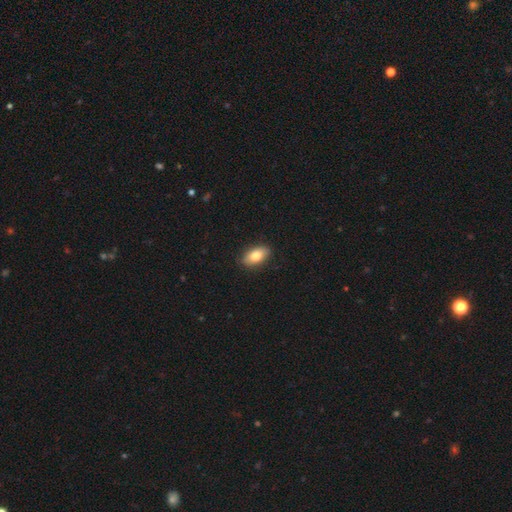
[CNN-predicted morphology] Overall: smooth (80%). How rounded: in between (91%). Merging: none (88%).